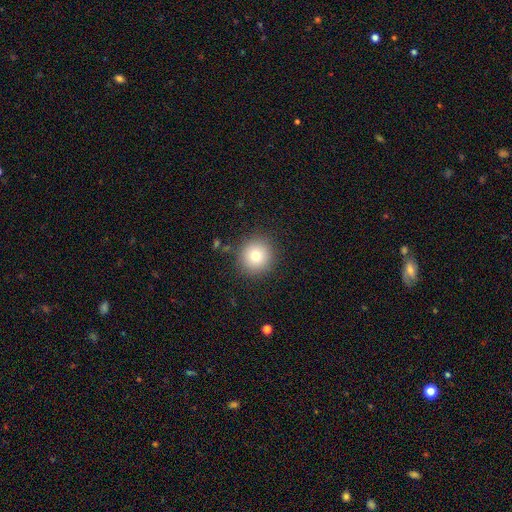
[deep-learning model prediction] Smooth or featured? smooth (78%)
How rounded? round (93%)
Merging? none (88%)